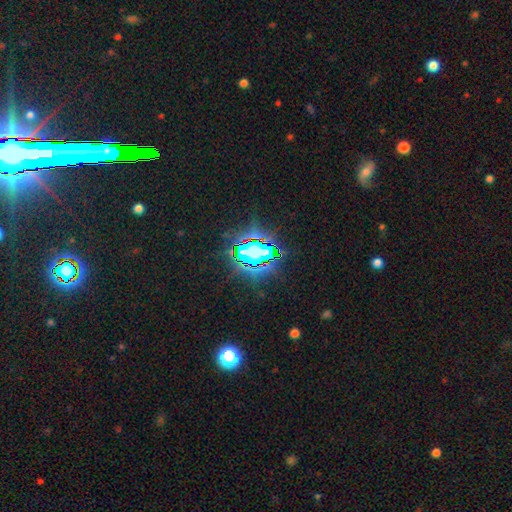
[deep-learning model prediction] The model was most divided on "smooth or featured": star or artifact: 78%, smooth: 13%, featured or disk: 10%.